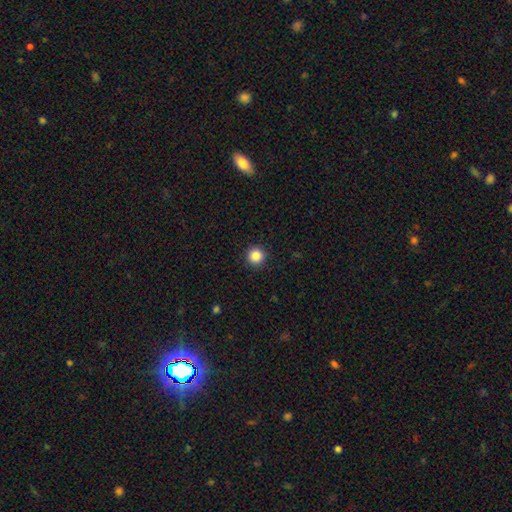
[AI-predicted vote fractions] This appears to be a smooth galaxy with no disk features (86%) that is round (96%). Merging: none (93%).